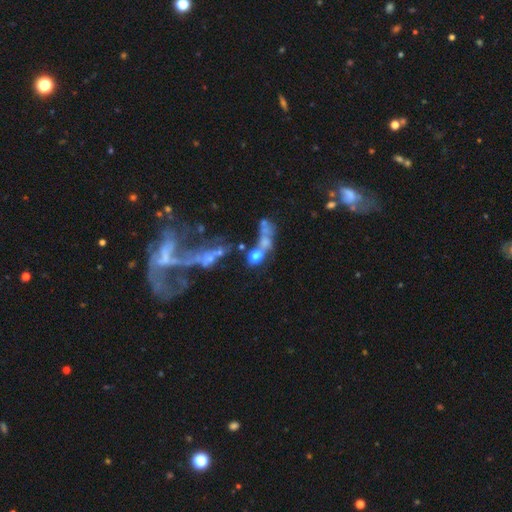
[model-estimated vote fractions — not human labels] The model was most divided on "smooth or featured": smooth: 50%, featured or disk: 31%, star or artifact: 19%. Remaining: merging — merger (48%).